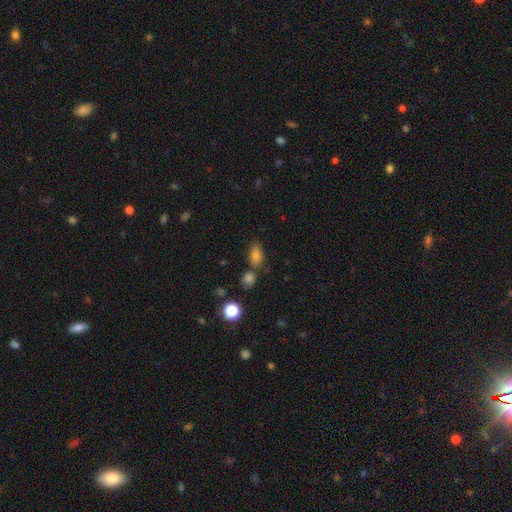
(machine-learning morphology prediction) Q: Smooth or featured?
A: smooth (76%); runner-up: star or artifact (17%)
Q: How rounded?
A: in between (81%); runner-up: round (15%)
Q: Merging?
A: none (65%); runner-up: merger (17%)